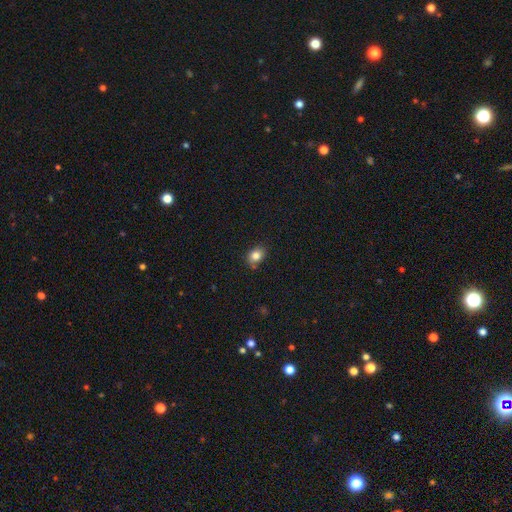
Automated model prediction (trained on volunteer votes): smooth-or-featured: smooth: 83% | star or artifact: 10% | featured or disk: 7%
  how-rounded: in between: 55% | round: 44% | cigar-shaped: 1%
  merging: none: 80% | minor disturbance: 13% | merger: 4% | major disturbance: 3%